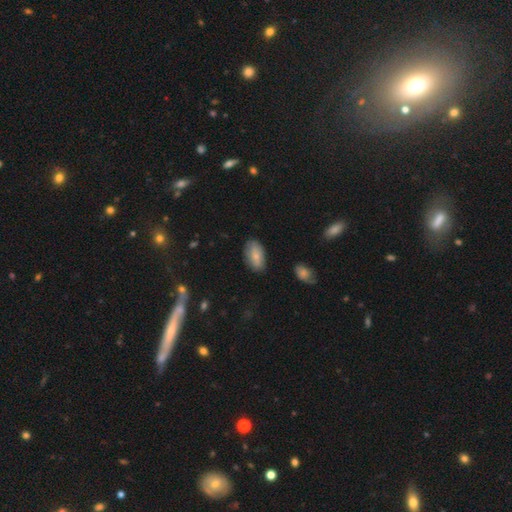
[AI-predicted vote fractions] Morphology: type=smooth (76%); roundness=in between (93%); merging=none (79%).